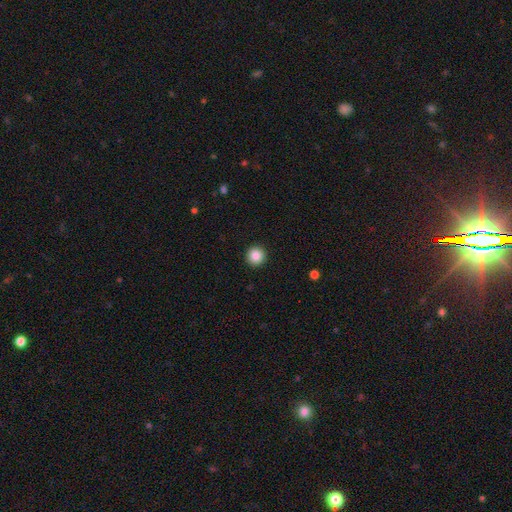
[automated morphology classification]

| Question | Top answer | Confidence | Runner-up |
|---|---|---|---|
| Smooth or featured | smooth | 87% | star or artifact (9%) |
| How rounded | round | 96% | in between (3%) |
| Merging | none | 93% | minor disturbance (4%) |